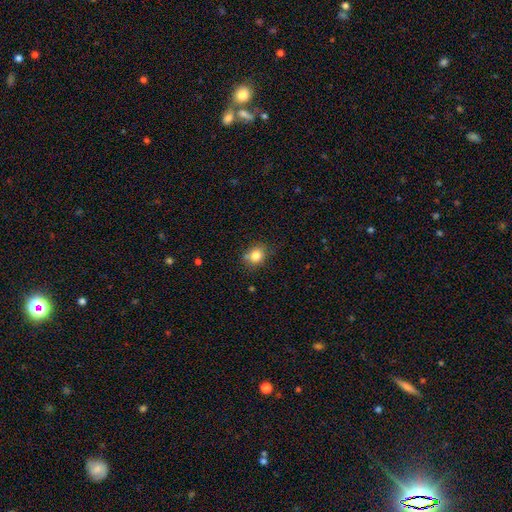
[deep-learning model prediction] A smooth galaxy with no disk features (82%) that is round (67%).

Vote fractions:
- Smooth or featured? smooth: 82% / star or artifact: 11% / featured or disk: 7%
- How rounded? round: 67% / in between: 32% / cigar-shaped: 1%
- Merging? none: 71% / minor disturbance: 18% / merger: 6% / major disturbance: 4%